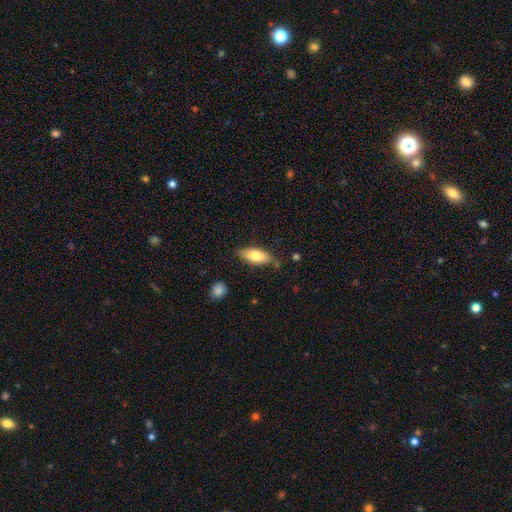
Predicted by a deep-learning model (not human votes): Smooth or featured: smooth — 75% (featured or disk — 18%)
How rounded: in between — 79% (cigar-shaped — 19%)
Merging: none — 74% (minor disturbance — 19%)